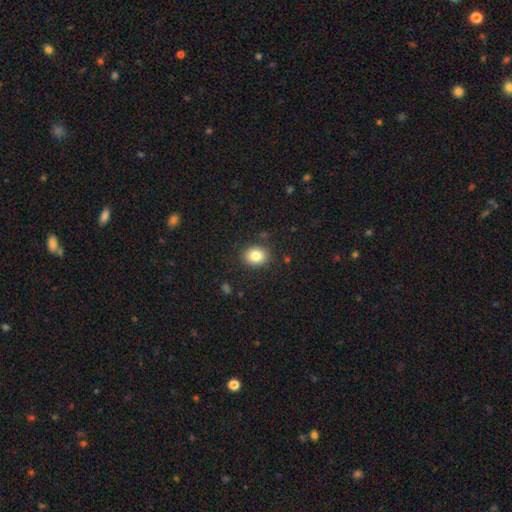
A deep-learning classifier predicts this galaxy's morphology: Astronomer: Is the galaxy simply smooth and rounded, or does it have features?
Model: smooth — 82%.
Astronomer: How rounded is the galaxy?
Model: round — 63%.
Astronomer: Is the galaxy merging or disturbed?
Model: none — 88%.